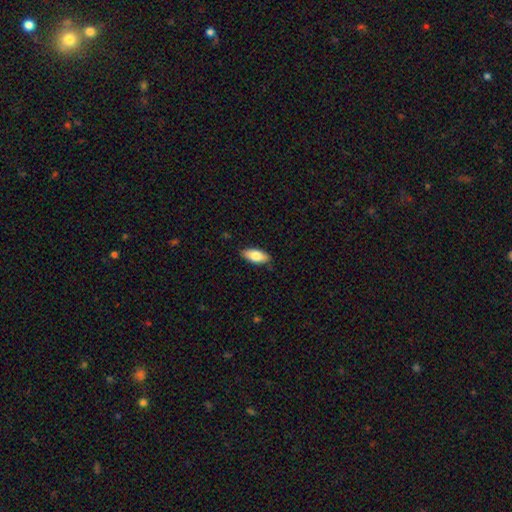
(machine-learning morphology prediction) This appears to be a smooth galaxy with no disk features (79%) that is in between round and cigar-shaped (87%). Merging: none (86%).